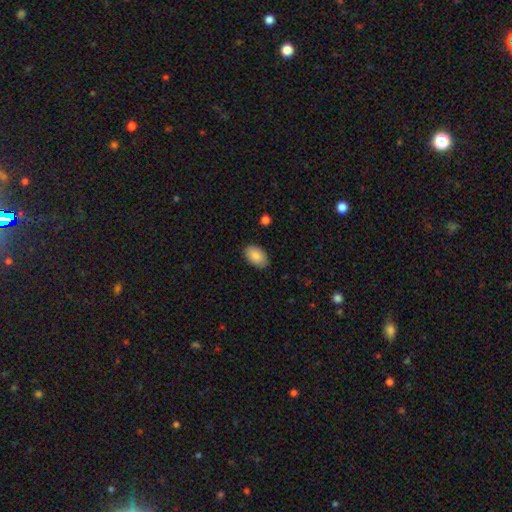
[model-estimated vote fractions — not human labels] smooth-or-featured: smooth: 87% | star or artifact: 6% | featured or disk: 6%
  how-rounded: in between: 92% | round: 7% | cigar-shaped: 1%
  merging: none: 87% | minor disturbance: 10% | major disturbance: 2% | merger: 1%